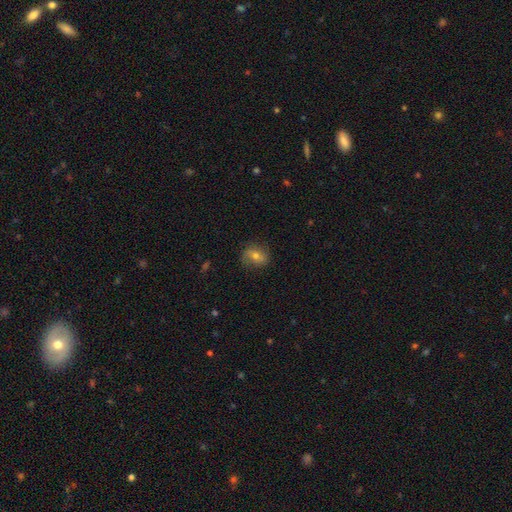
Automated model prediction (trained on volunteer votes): Morphology: type=smooth (47%); merging=none (76%).